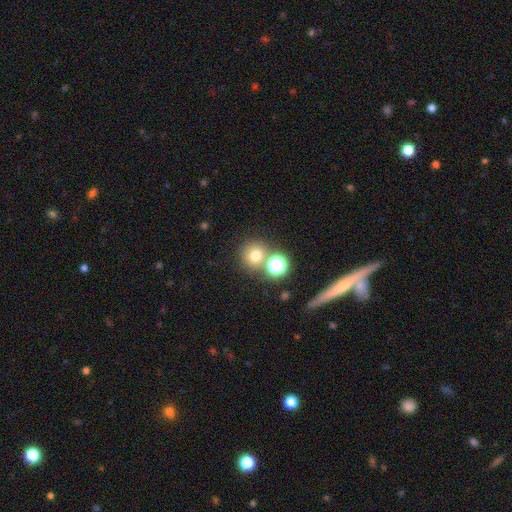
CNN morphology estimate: Smooth or featured? smooth (70%)
How rounded? round (89%)
Merging? none (66%)